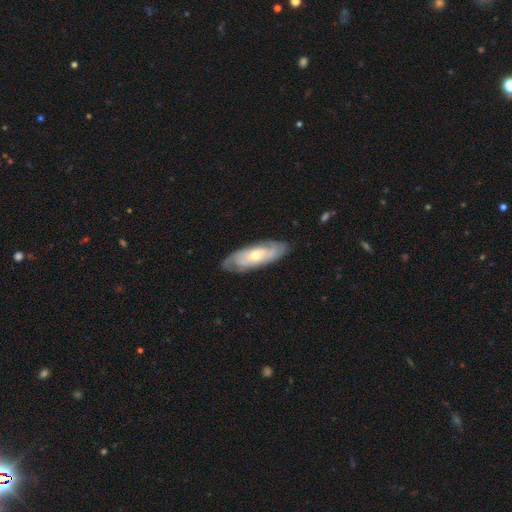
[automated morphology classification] Q: Smooth or featured?
A: featured or disk (69%); runner-up: smooth (25%)
Q: Edge-on disk?
A: no (80%); runner-up: yes (20%)
Q: Bar?
A: no (73%); runner-up: weak (20%)
Q: Spiral arms?
A: yes (80%); runner-up: no (20%)
Q: Bulge size?
A: moderate (55%); runner-up: small (41%)
Q: Merging?
A: none (80%); runner-up: minor disturbance (15%)